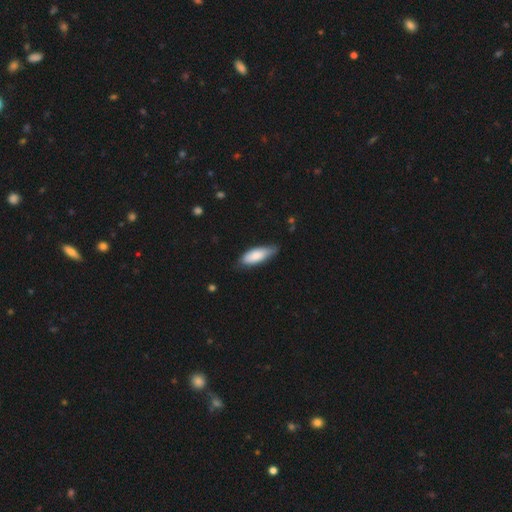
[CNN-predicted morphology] The model was most divided on "merging": none: 65%, minor disturbance: 30%, major disturbance: 4%, merger: 1%. More confident: smooth or featured — smooth (79%); how rounded — in between (71%).